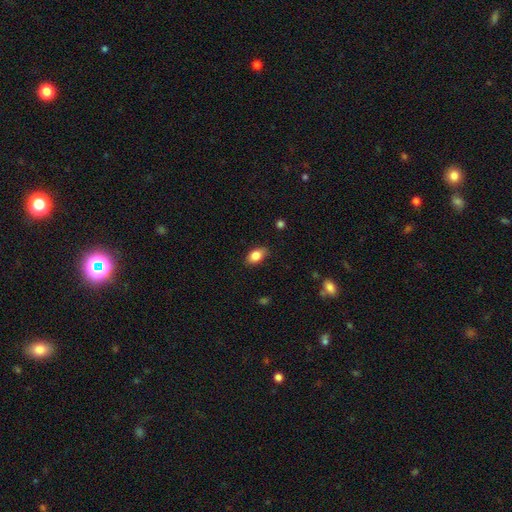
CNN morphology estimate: Smooth or featured? smooth (83%)
How rounded? in between (87%)
Merging? none (84%)